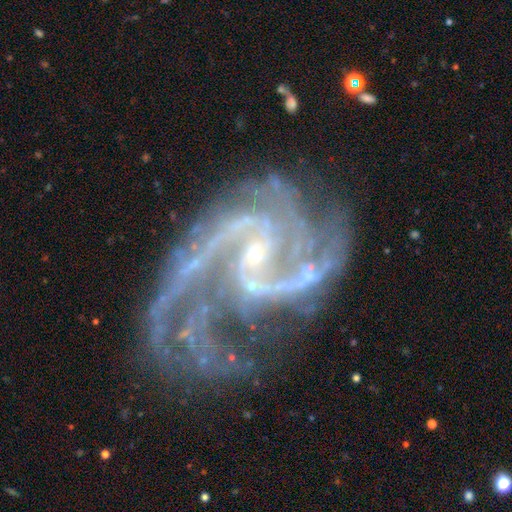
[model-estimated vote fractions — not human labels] Morphology: type=featured or disk (93%); edge-on=no (98%); bar=no (41%); spiral arms=yes (99%); winding=medium (55%); arm count=2 (51%); bulge=small (87%); merging=none (46%).